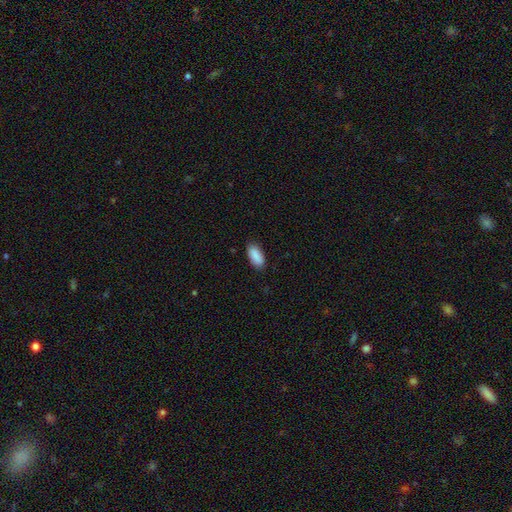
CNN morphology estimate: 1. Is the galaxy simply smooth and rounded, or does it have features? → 90% smooth, 6% star or artifact, 3% featured or disk.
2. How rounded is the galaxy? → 90% in between, 8% cigar-shaped, 2% round.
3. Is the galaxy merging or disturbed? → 87% none, 10% minor disturbance, 2% major disturbance, 1% merger.